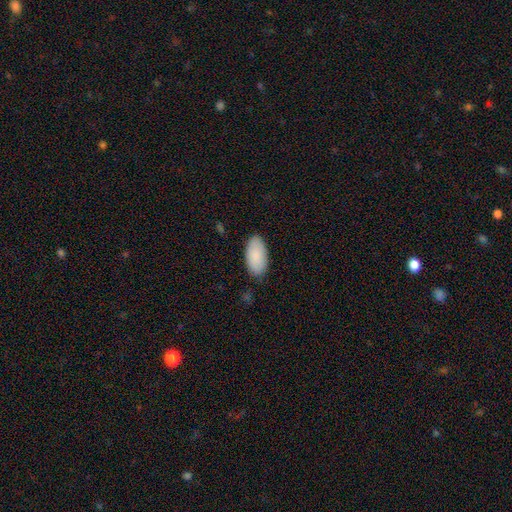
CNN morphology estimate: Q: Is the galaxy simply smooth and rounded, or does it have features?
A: smooth — 89%.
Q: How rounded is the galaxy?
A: in between — 96%.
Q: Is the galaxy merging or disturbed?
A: none — 85%.